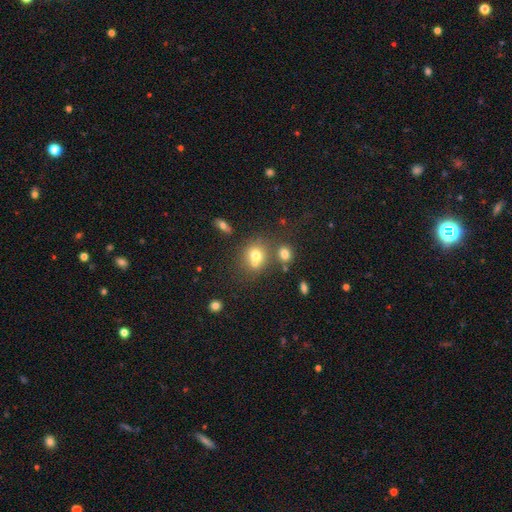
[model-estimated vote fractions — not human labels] Overall: smooth (68%). How rounded: round (74%). Merging: none (46%; merger 39%).